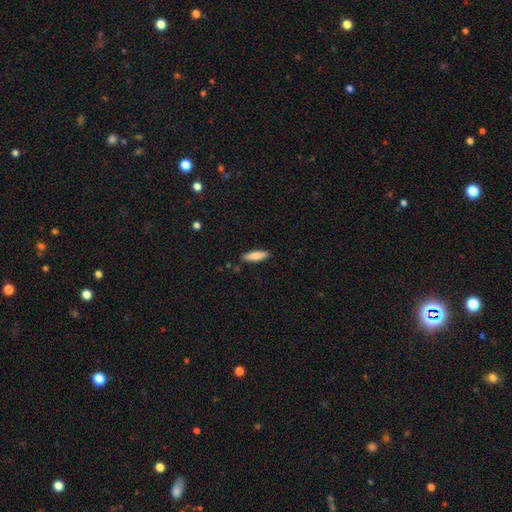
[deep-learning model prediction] smooth_or_featured: smooth (p=0.82) [alt: featured or disk p=0.12]
how_rounded: cigar-shaped (p=0.57) [alt: in between p=0.42]
merging: none (p=0.87) [alt: minor disturbance p=0.10]